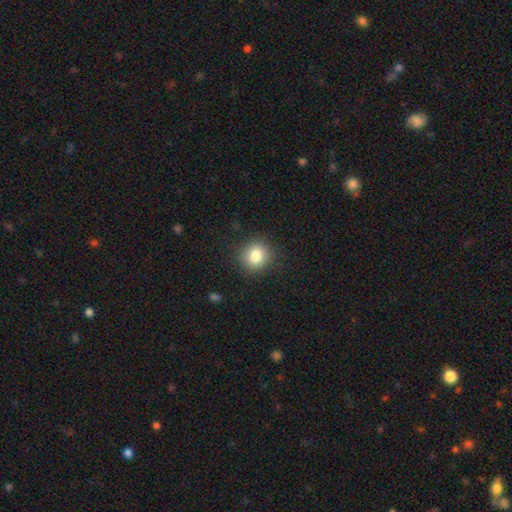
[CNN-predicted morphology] Smooth or featured? smooth (82%)
How rounded? round (84%)
Merging? none (89%)